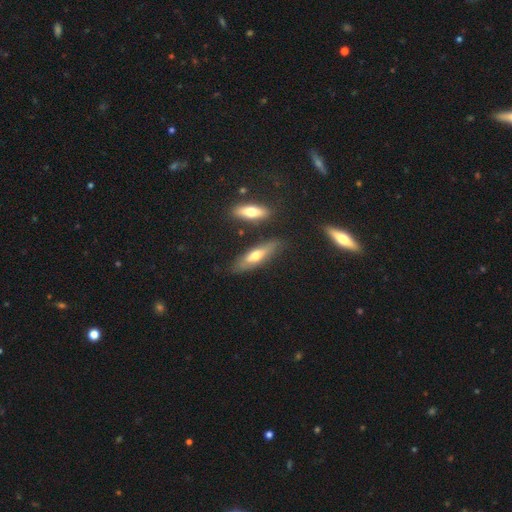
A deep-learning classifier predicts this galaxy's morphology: This appears to be a smooth galaxy with no disk features (50%) that is cigar-shaped (59%). Merging: none (74%).